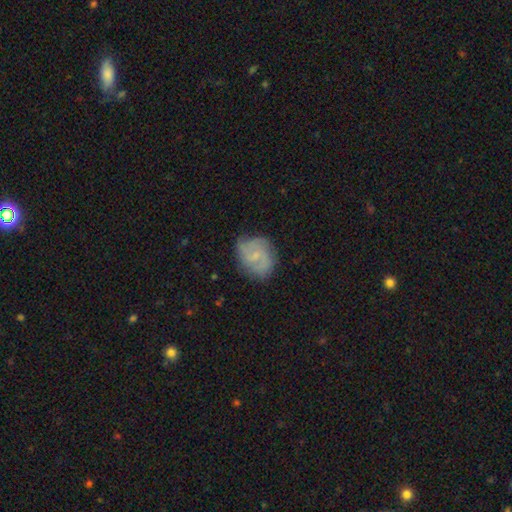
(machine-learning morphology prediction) type=featured or disk (60%); edge-on=no (98%); bar=no (54%); spiral arms=yes (87%); winding=medium (46%); arm count=2 (47%); bulge=small (63%); merging=none (69%).